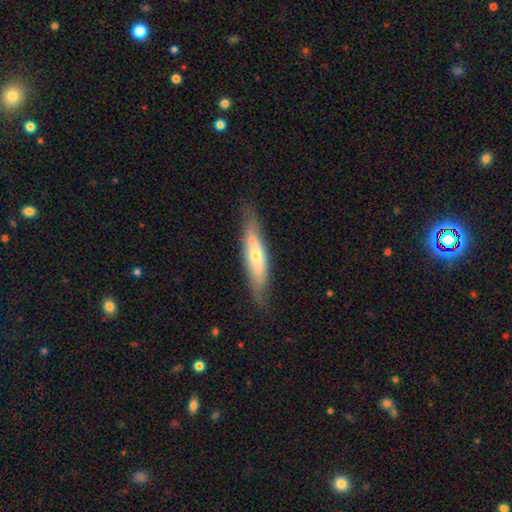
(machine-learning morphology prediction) A featured or disk galaxy (53%) viewed edge-on (71%).

Vote fractions:
- Smooth or featured? featured or disk: 53% / smooth: 40% / star or artifact: 7%
- Edge-on disk? yes: 71% / no: 29%
- Merging? none: 83% / minor disturbance: 13% / major disturbance: 3% / merger: 1%